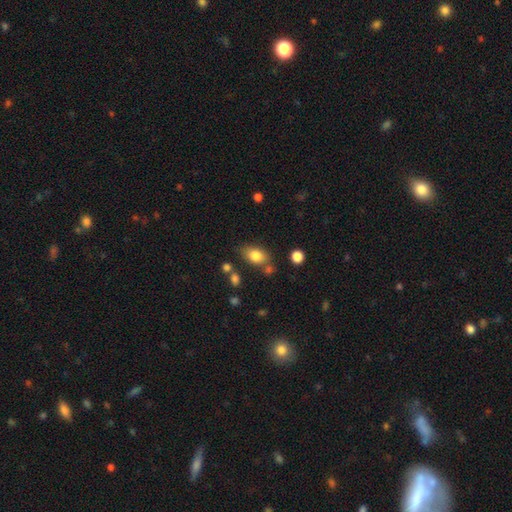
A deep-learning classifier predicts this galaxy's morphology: A smooth galaxy with no disk features (82%) that is in between round and cigar-shaped (82%). Merging: none (70%).